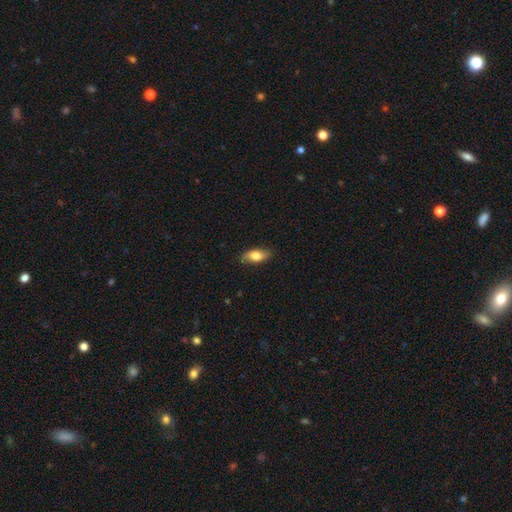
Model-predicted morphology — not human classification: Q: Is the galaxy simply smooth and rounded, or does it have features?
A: smooth — 75%.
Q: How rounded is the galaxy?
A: in between — 82%.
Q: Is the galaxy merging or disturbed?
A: none — 82%.